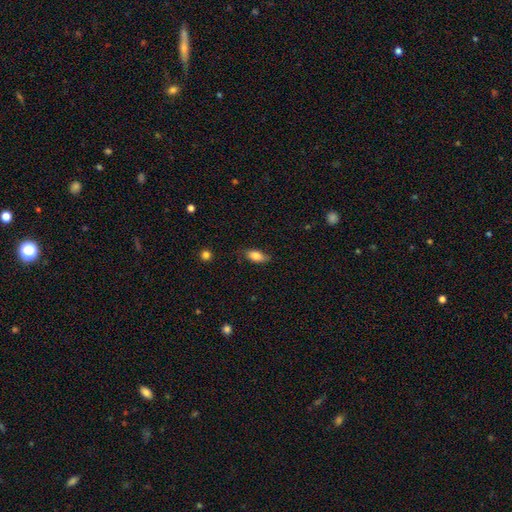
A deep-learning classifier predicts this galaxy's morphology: A smooth galaxy with no disk features (79%) that is in between round and cigar-shaped (85%).

Vote fractions:
- Smooth or featured? smooth: 79% / featured or disk: 13% / star or artifact: 7%
- How rounded? in between: 85% / cigar-shaped: 11% / round: 4%
- Merging? none: 72% / minor disturbance: 22% / major disturbance: 5% / merger: 1%